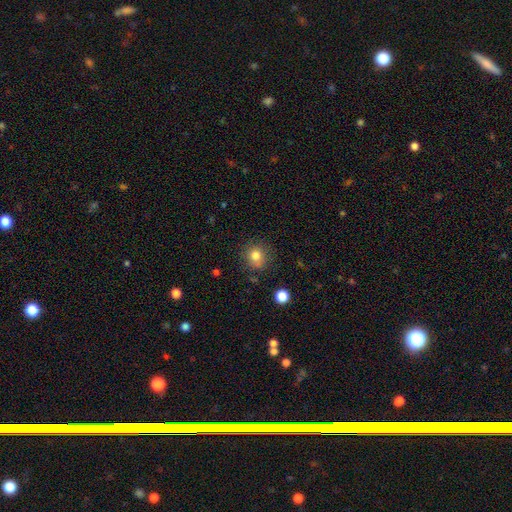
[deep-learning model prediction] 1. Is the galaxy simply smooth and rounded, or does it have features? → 81% smooth, 12% star or artifact, 7% featured or disk.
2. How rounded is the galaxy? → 86% round, 13% in between, 1% cigar-shaped.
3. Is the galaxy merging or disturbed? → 81% none, 13% minor disturbance, 4% major disturbance, 3% merger.